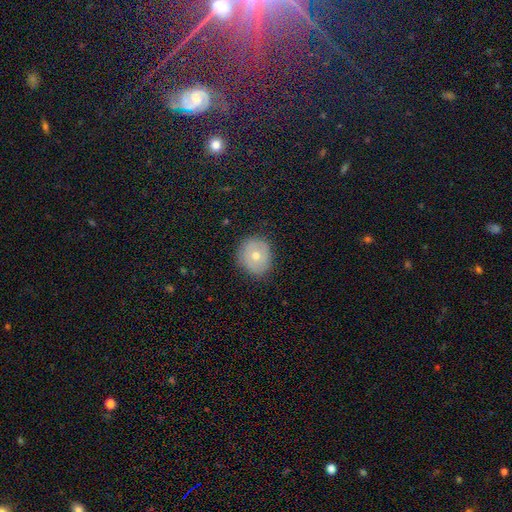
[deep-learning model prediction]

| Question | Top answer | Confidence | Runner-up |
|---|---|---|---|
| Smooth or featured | smooth | 57% | featured or disk (31%) |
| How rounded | round | 82% | in between (17%) |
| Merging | none | 85% | minor disturbance (11%) |